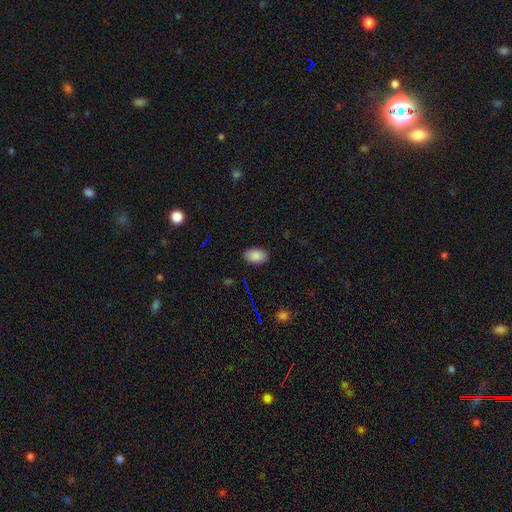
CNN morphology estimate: Overall: smooth (86%). How rounded: in between (89%). Merging: none (87%).